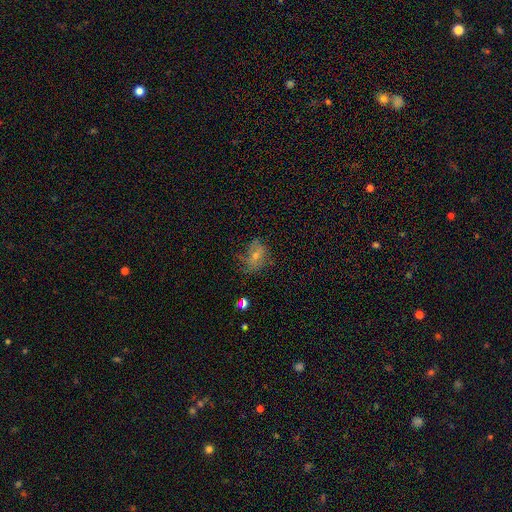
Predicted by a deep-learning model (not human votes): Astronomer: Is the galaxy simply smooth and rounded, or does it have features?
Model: smooth — 51% (runner-up: featured or disk, 35%).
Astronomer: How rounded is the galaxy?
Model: in between — 66%.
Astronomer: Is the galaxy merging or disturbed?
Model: none — 53%.